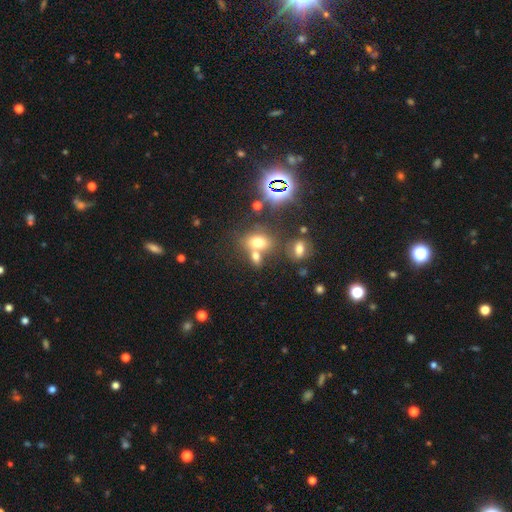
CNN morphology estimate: Smooth or featured: smooth — 65% (star or artifact — 22%)
How rounded: in between — 69% (round — 28%)
Merging: merger — 43% (none — 41%)